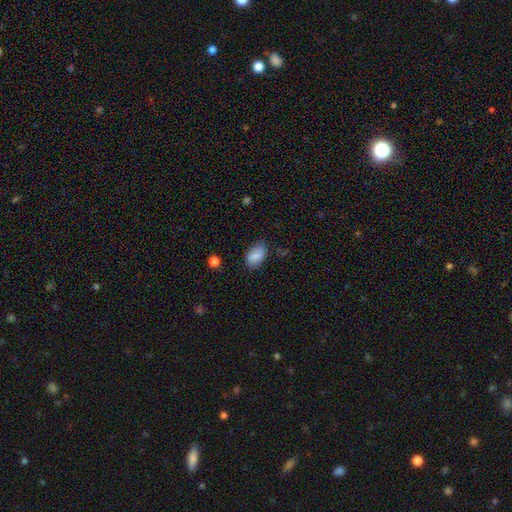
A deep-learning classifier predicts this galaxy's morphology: The model was most divided on "merging": none: 74%, minor disturbance: 21%, major disturbance: 4%, merger: 2%. More confident: how rounded — in between (90%); smooth or featured — smooth (83%).